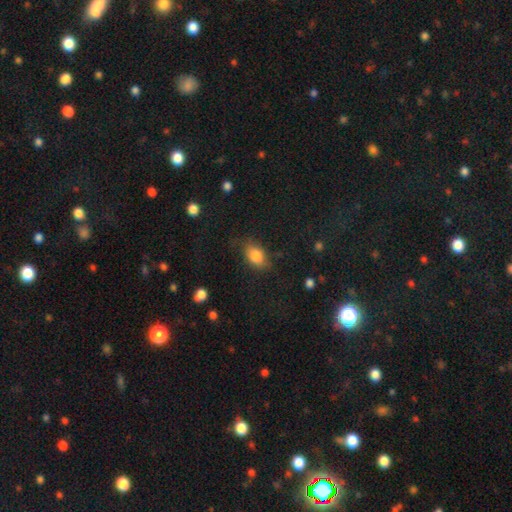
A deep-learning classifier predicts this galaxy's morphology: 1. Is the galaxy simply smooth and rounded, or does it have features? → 82% smooth, 9% featured or disk, 9% star or artifact.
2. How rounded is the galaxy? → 83% in between, 15% round, 2% cigar-shaped.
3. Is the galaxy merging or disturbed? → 70% none, 21% minor disturbance, 7% major disturbance, 2% merger.